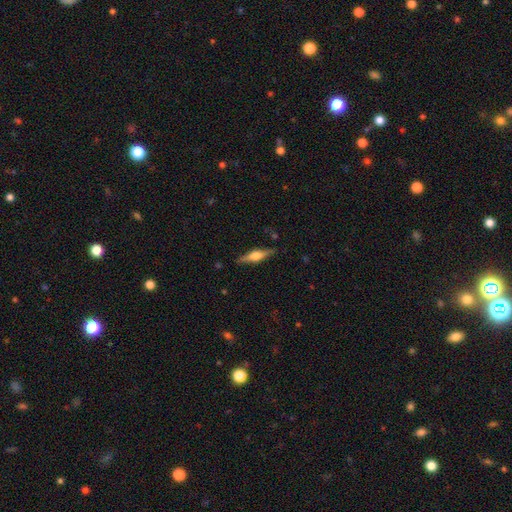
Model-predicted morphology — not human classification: smooth-or-featured: featured or disk: 67% | smooth: 27% | star or artifact: 6%
  disk-edge-on: yes: 97% | no: 3%
    edge-on-bulge: rounded: 87% | boxy: 10% | none: 3%
  merging: none: 87% | minor disturbance: 9% | major disturbance: 2% | merger: 1%